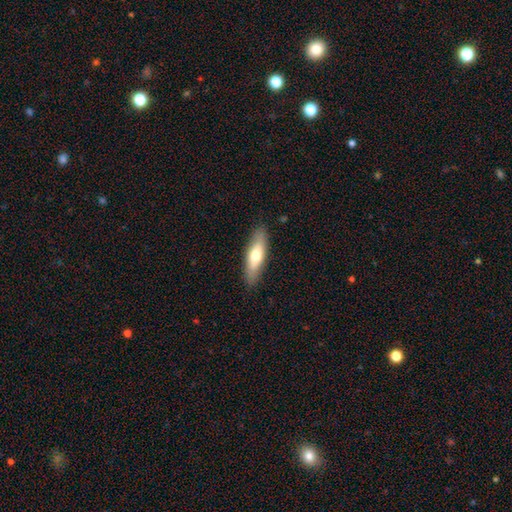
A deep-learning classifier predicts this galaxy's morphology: This is likely a smooth galaxy (63%). How rounded: possibly cigar-shaped (54%). Merging: clearly none (88%).